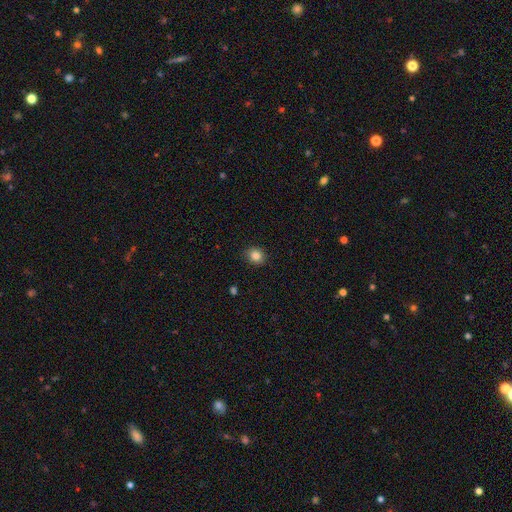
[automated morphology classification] A smooth galaxy with no disk features (84%) that is round (74%).

Vote fractions:
- Smooth or featured? smooth: 84% / star or artifact: 11% / featured or disk: 6%
- How rounded? round: 74% / in between: 25% / cigar-shaped: 1%
- Merging? none: 89% / minor disturbance: 8% / major disturbance: 2% / merger: 1%